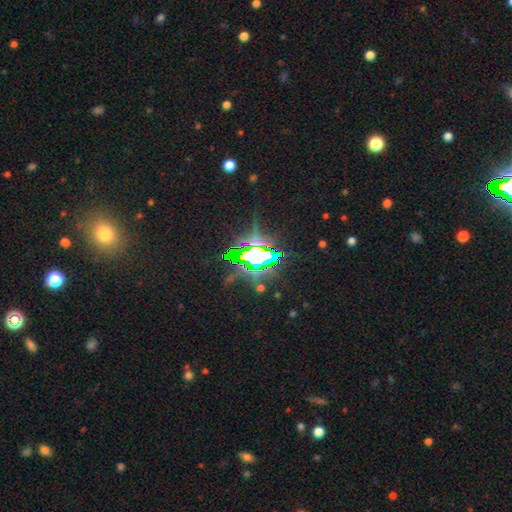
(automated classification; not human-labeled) smooth_or_featured: star or artifact (p=0.78) [alt: featured or disk p=0.11]